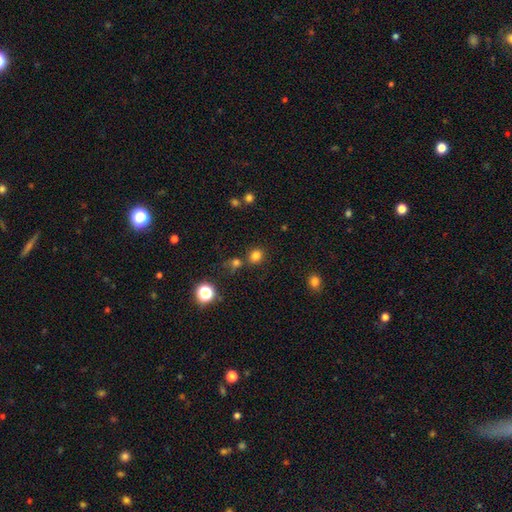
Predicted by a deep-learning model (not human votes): This appears to be a smooth galaxy with no disk features (78%) that is round (73%). Merging: none (73%).